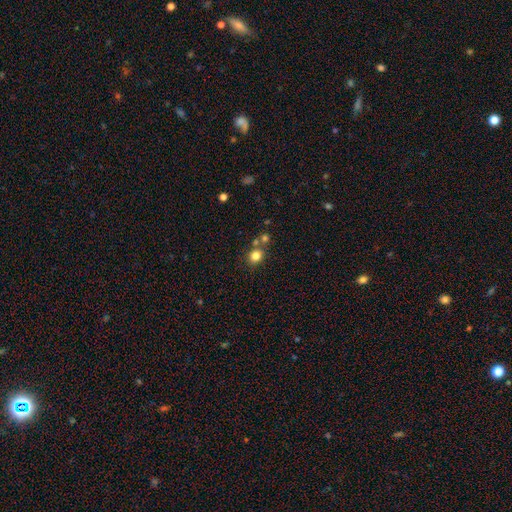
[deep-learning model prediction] Smooth or featured: smooth — 81% (star or artifact — 13%)
How rounded: round — 80% (in between — 19%)
Merging: none — 68% (merger — 20%)